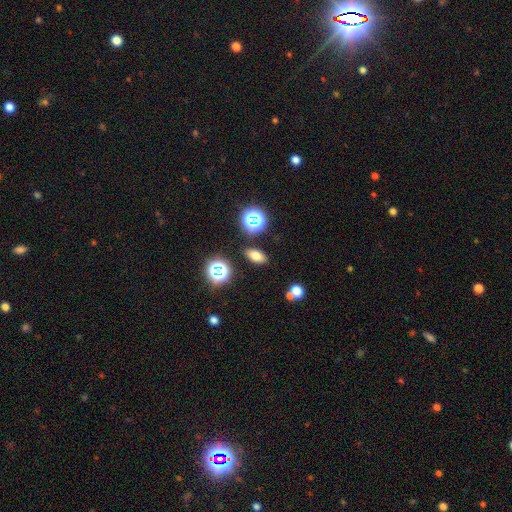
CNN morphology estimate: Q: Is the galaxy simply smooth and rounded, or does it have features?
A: smooth — 68%.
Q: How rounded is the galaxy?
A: in between — 83%.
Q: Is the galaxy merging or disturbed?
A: none — 86%.